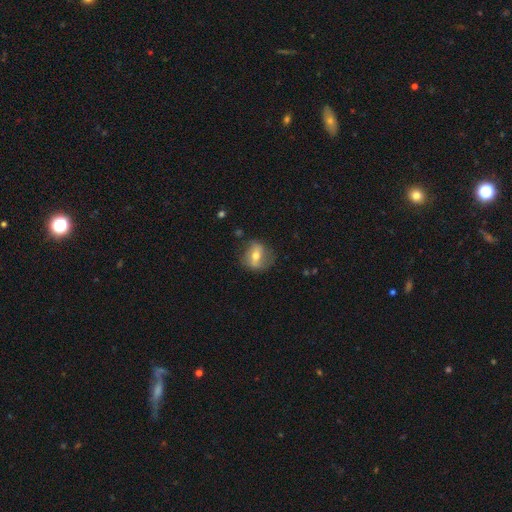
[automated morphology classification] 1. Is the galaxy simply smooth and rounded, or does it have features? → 53% featured or disk, 40% smooth, 8% star or artifact.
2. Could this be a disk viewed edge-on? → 90% no, 10% yes.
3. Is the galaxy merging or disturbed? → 70% none, 20% minor disturbance, 8% major disturbance, 2% merger.